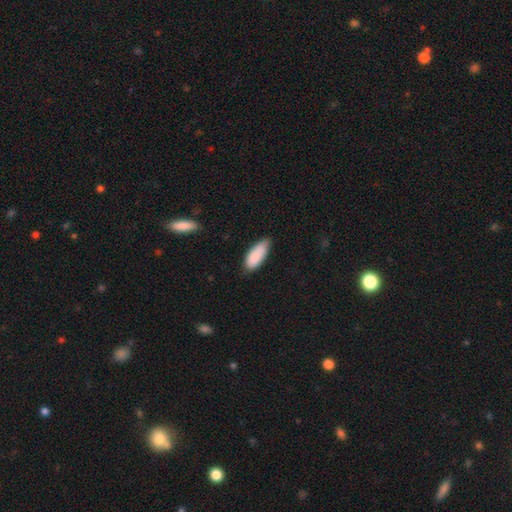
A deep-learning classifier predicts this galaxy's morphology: Smooth or featured? smooth (88%)
How rounded? in between (82%)
Merging? none (67%)